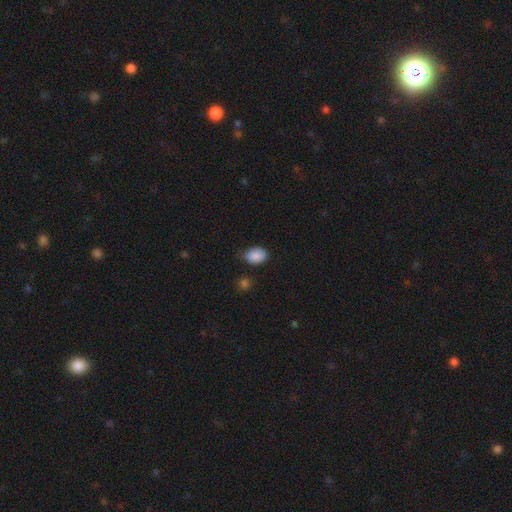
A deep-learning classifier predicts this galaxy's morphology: smooth_or_featured: smooth (p=0.88) [alt: star or artifact p=0.08]
how_rounded: in between (p=0.75) [alt: round p=0.24]
merging: none (p=0.66) [alt: minor disturbance p=0.27]